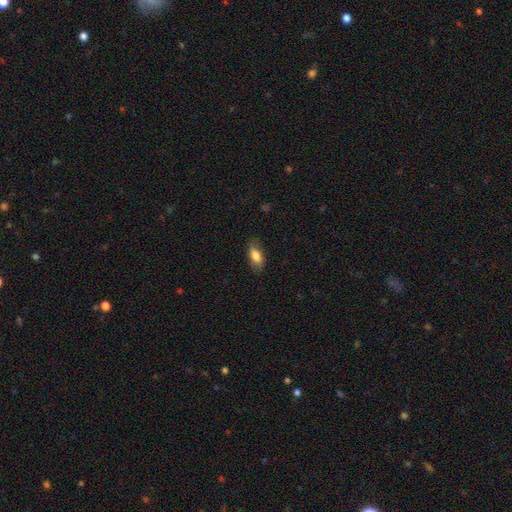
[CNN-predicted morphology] Smooth or featured?
  - smooth: 80% *
  - featured or disk: 13%
  - star or artifact: 7%
How rounded?
  - in between: 84% *
  - cigar-shaped: 13%
  - round: 3%
Merging?
  - none: 80% *
  - minor disturbance: 15%
  - major disturbance: 4%
  - merger: 1%